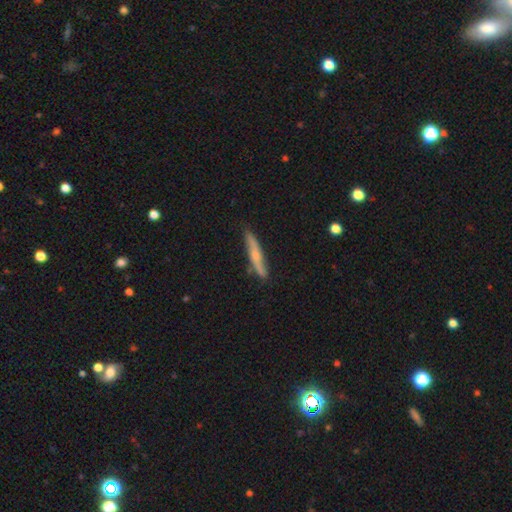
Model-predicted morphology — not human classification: A smooth galaxy with no disk features (50%).

Vote fractions:
- Smooth or featured? smooth: 50% / featured or disk: 45% / star or artifact: 6%
- Merging? none: 80% / minor disturbance: 15% / major disturbance: 2% / merger: 2%